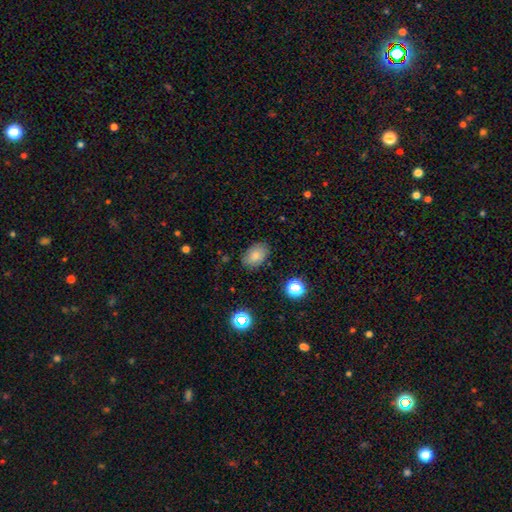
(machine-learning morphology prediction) This appears to be a smooth galaxy with no disk features (79%) that is in between round and cigar-shaped (86%). Merging: none (82%).